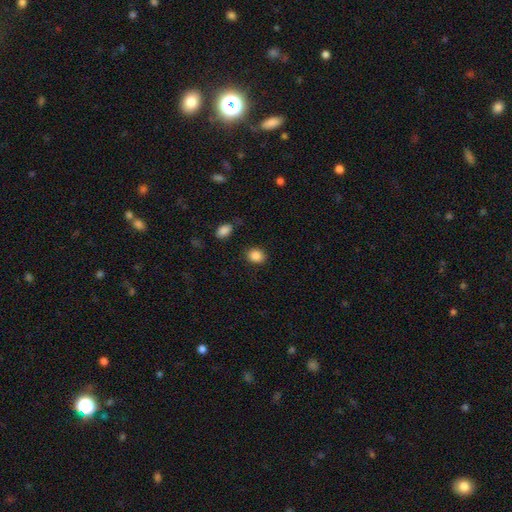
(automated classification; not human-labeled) Smooth or featured: smooth — 87% (star or artifact — 9%)
How rounded: round — 54% (in between — 45%)
Merging: none — 85% (minor disturbance — 10%)